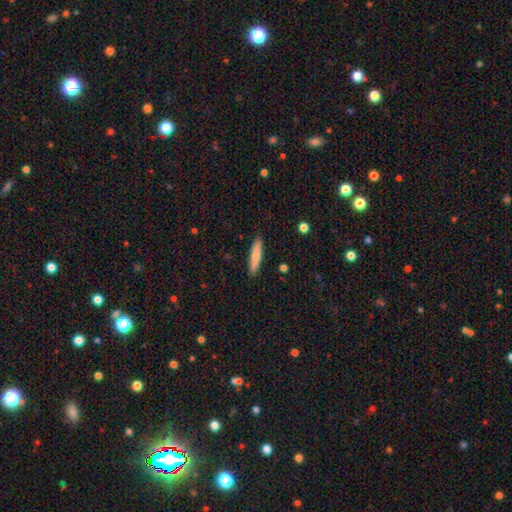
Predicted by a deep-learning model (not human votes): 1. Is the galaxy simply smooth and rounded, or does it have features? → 78% smooth, 16% featured or disk, 6% star or artifact.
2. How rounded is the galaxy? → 87% cigar-shaped, 12% in between, 1% round.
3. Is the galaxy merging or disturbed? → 90% none, 7% minor disturbance, 2% major disturbance, 1% merger.